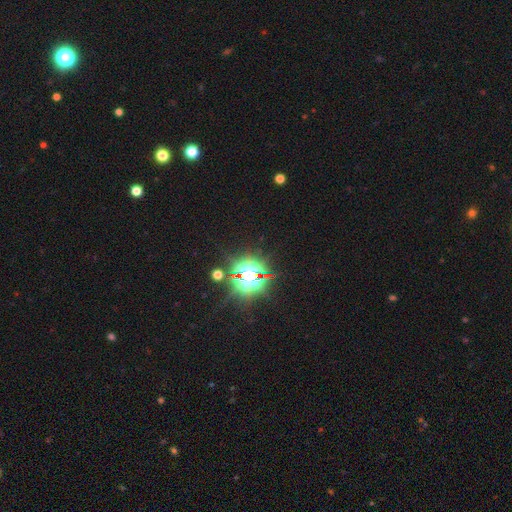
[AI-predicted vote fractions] Q: Smooth or featured?
A: star or artifact (86%); runner-up: smooth (9%)